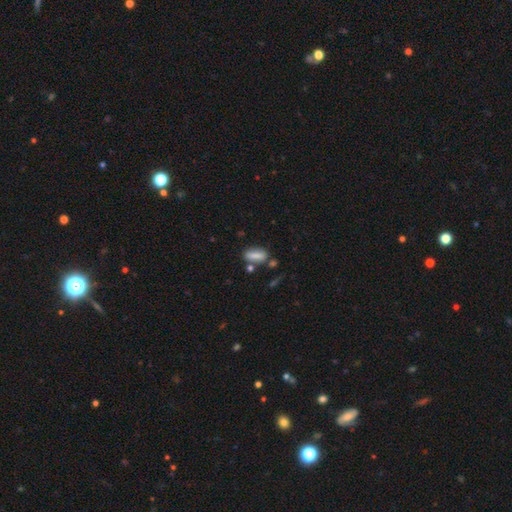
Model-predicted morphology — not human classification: The model was most divided on "how rounded": in between: 69%, cigar-shaped: 27%, round: 4%. More confident: smooth or featured — smooth (78%); merging — none (68%).